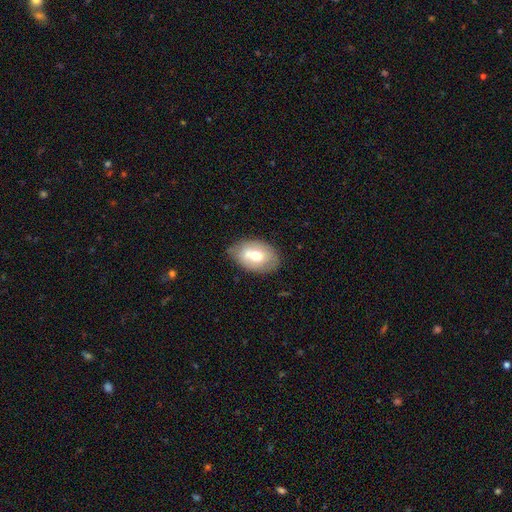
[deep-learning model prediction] Morphology: type=smooth (60%); roundness=in between (84%); merging=none (65%).